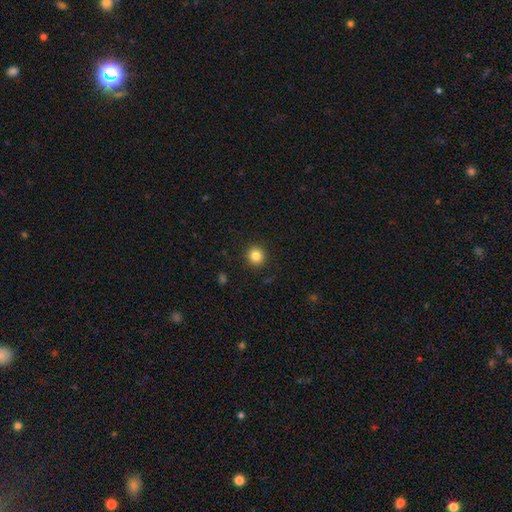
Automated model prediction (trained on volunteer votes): Morphology: type=smooth (84%); roundness=round (93%); merging=none (92%).